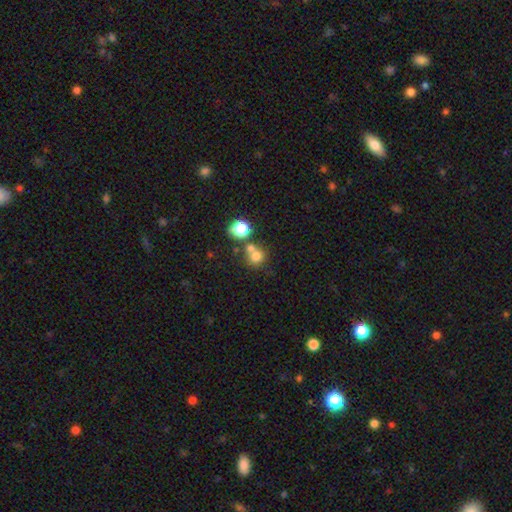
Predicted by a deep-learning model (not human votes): Smooth or featured? Predicted: smooth (p=0.72). How rounded? Predicted: round (p=0.85). Merging? Predicted: none (p=0.51).